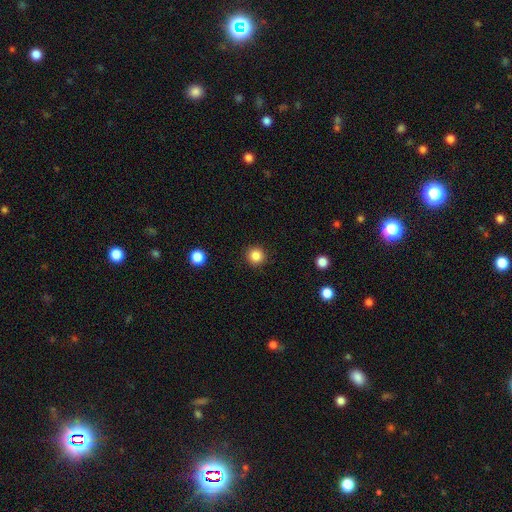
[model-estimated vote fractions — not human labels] smooth-or-featured: smooth: 86% | star or artifact: 11% | featured or disk: 4%
  how-rounded: round: 95% | in between: 5% | cigar-shaped: 1%
  merging: none: 92% | minor disturbance: 5% | major disturbance: 2% | merger: 1%